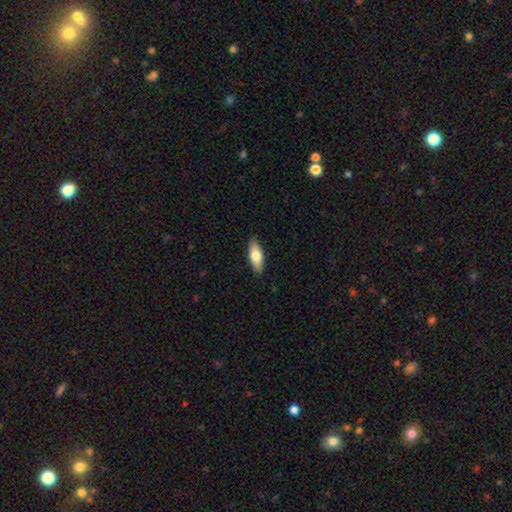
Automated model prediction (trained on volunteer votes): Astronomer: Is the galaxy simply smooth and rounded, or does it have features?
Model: smooth — 72%.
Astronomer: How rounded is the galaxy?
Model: in between — 73%.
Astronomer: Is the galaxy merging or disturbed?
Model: none — 88%.